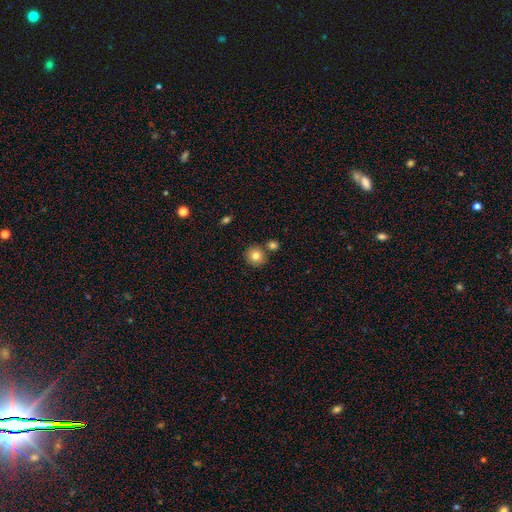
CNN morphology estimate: Smooth or featured?
  - smooth: 81% *
  - star or artifact: 10%
  - featured or disk: 9%
How rounded?
  - round: 91% *
  - in between: 8%
  - cigar-shaped: 1%
Merging?
  - none: 77% *
  - merger: 13%
  - minor disturbance: 8%
  - major disturbance: 2%